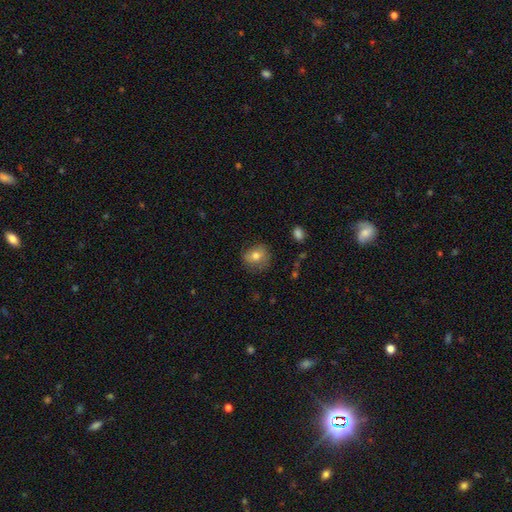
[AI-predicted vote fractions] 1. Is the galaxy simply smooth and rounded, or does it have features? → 74% smooth, 17% featured or disk, 10% star or artifact.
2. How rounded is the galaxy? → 72% round, 27% in between, 1% cigar-shaped.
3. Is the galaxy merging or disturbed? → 74% none, 19% minor disturbance, 5% major disturbance, 1% merger.